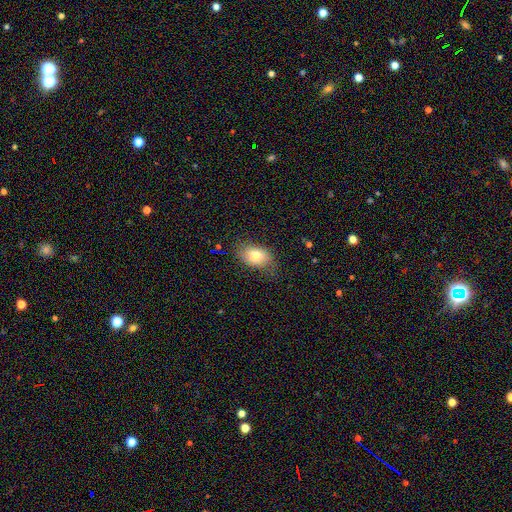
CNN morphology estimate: Smooth or featured?
  - smooth: 74% *
  - featured or disk: 17%
  - star or artifact: 9%
How rounded?
  - in between: 85% *
  - round: 14%
  - cigar-shaped: 2%
Merging?
  - none: 69% *
  - minor disturbance: 23%
  - major disturbance: 6%
  - merger: 1%